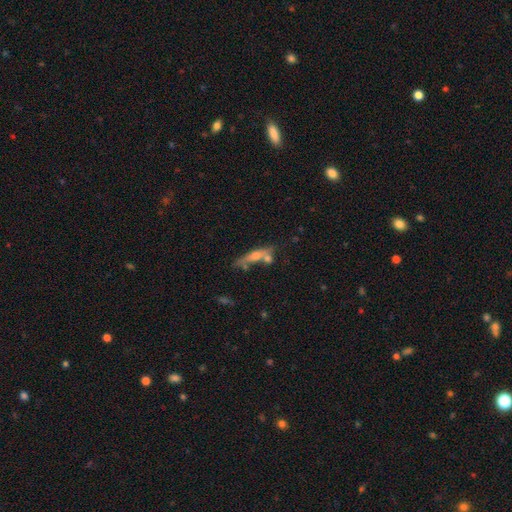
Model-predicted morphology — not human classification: Smooth or featured? featured or disk (47%)
Merging? none (49%)